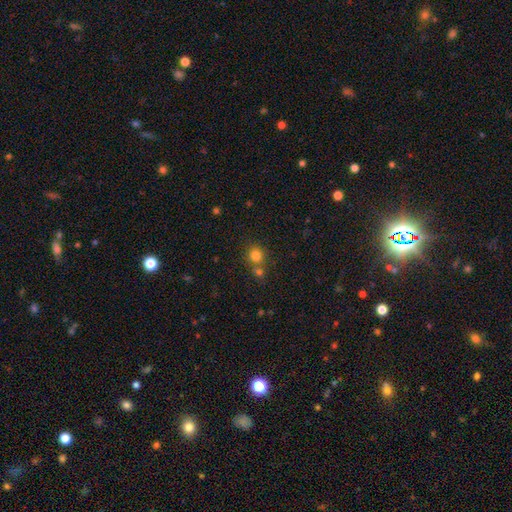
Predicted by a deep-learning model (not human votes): Q: Smooth or featured?
A: smooth (80%); runner-up: star or artifact (14%)
Q: How rounded?
A: round (87%); runner-up: in between (12%)
Q: Merging?
A: none (59%); runner-up: merger (31%)